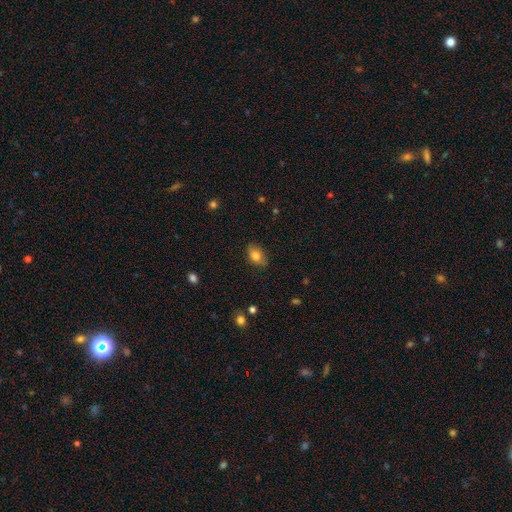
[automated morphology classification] smooth 81%, featured or disk 11%, star or artifact 8%. Down the decision tree: how rounded — in between (84%); merging — none (82%).